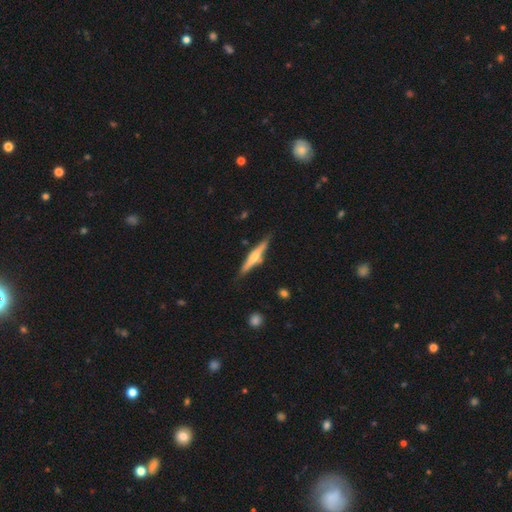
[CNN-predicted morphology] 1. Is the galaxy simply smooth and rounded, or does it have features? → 63% featured or disk, 31% smooth, 6% star or artifact.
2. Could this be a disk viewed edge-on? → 97% yes, 3% no.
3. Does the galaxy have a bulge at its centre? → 78% rounded, 11% boxy, 10% none.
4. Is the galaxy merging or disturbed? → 85% none, 10% minor disturbance, 3% merger, 2% major disturbance.